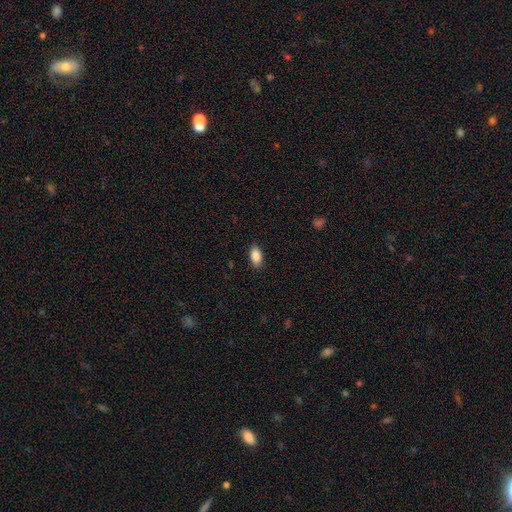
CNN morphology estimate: A smooth galaxy with no disk features (87%) that is in between round and cigar-shaped (91%).

Vote fractions:
- Smooth or featured? smooth: 87% / star or artifact: 7% / featured or disk: 6%
- How rounded? in between: 91% / cigar-shaped: 5% / round: 4%
- Merging? none: 87% / minor disturbance: 10% / major disturbance: 2% / merger: 1%